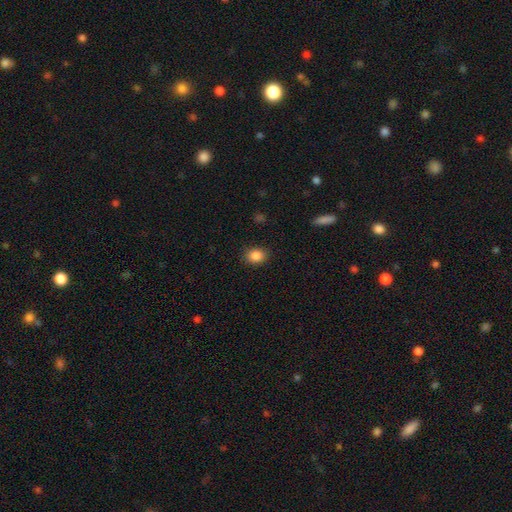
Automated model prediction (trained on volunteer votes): smooth-or-featured: smooth: 86% | star or artifact: 10% | featured or disk: 4%
  how-rounded: round: 50% | in between: 49% | cigar-shaped: 1%
  merging: none: 87% | minor disturbance: 10% | major disturbance: 3% | merger: 1%